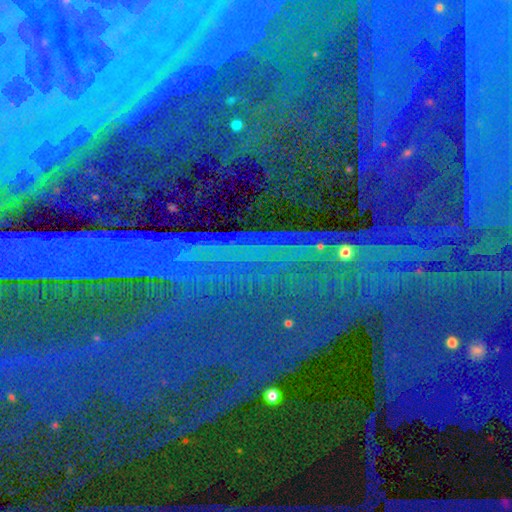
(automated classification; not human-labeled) Smooth or featured? Predicted: star or artifact (p=0.88).